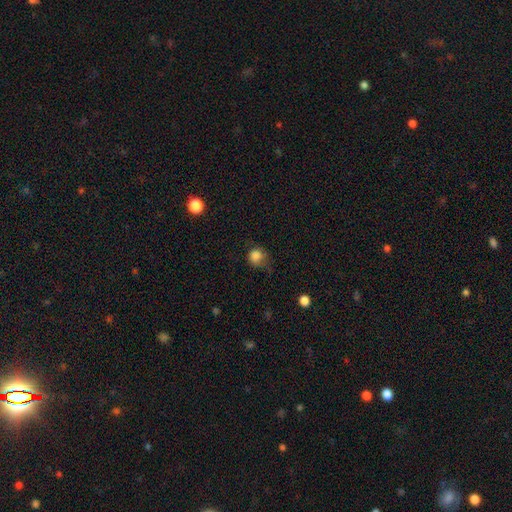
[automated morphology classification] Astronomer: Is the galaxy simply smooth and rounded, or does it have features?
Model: smooth — 84%.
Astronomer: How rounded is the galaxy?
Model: round — 83%.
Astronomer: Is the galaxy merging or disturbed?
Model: none — 53% (runner-up: minor disturbance, 31%).